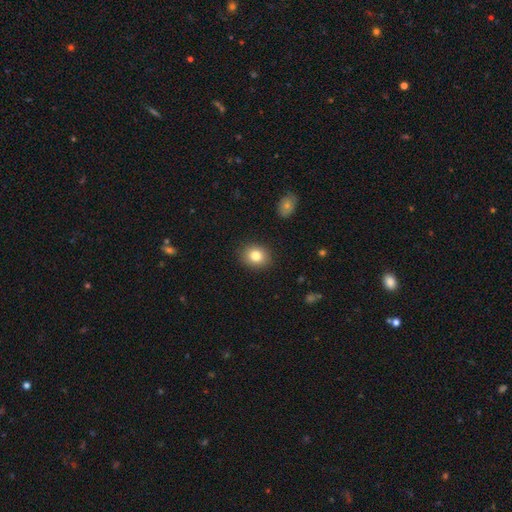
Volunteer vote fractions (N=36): Smooth or featured: smooth — 89% (featured or disk — 8%)
How rounded: round — 62% (in between — 38%)
Merging: none — 89% (minor disturbance — 9%)